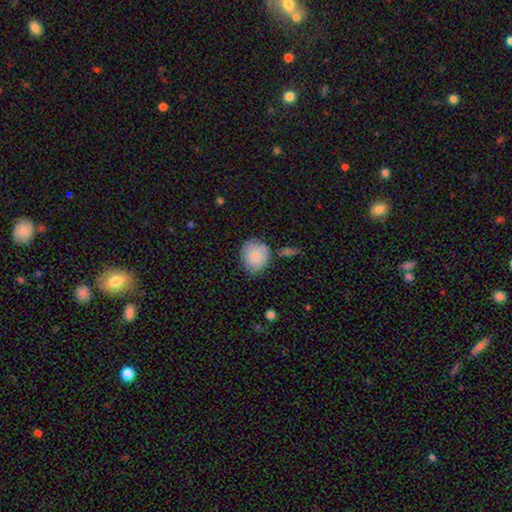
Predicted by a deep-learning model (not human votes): Overall: smooth (84%). How rounded: round (69%; in between 30%). Merging: none (63%).